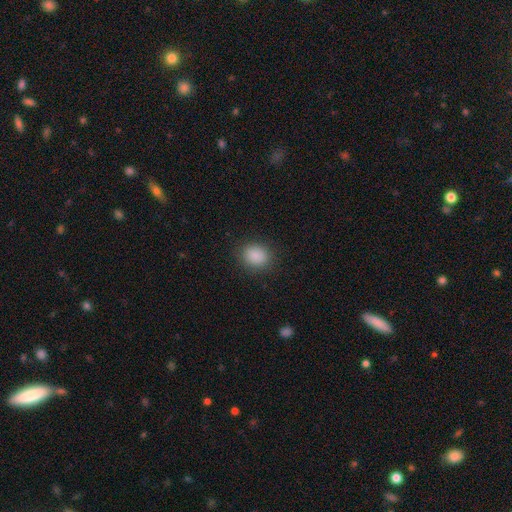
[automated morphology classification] Smooth or featured: smooth — 88% (star or artifact — 9%)
How rounded: round — 57% (in between — 42%)
Merging: none — 87% (minor disturbance — 9%)